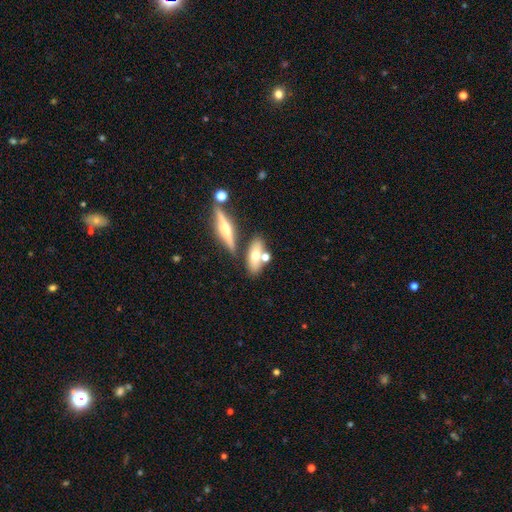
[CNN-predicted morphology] Smooth or featured?
  - smooth: 57% *
  - featured or disk: 34%
  - star or artifact: 9%
How rounded?
  - in between: 72% *
  - cigar-shaped: 22%
  - round: 6%
Merging?
  - none: 59% *
  - merger: 25%
  - minor disturbance: 12%
  - major disturbance: 4%